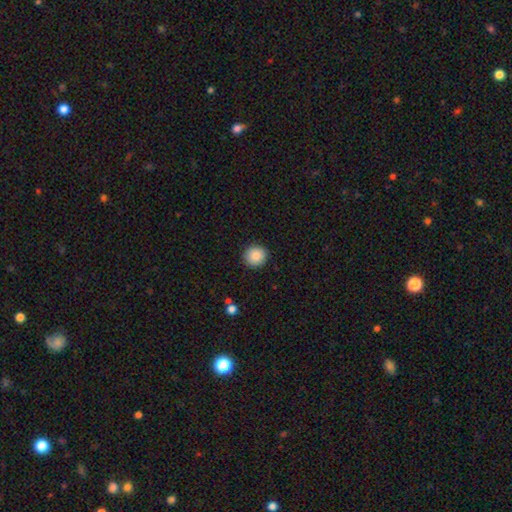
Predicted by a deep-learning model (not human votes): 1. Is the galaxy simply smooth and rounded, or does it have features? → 87% smooth, 8% star or artifact, 5% featured or disk.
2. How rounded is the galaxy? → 92% round, 7% in between, 1% cigar-shaped.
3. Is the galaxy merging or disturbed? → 92% none, 5% minor disturbance, 2% major disturbance, 1% merger.